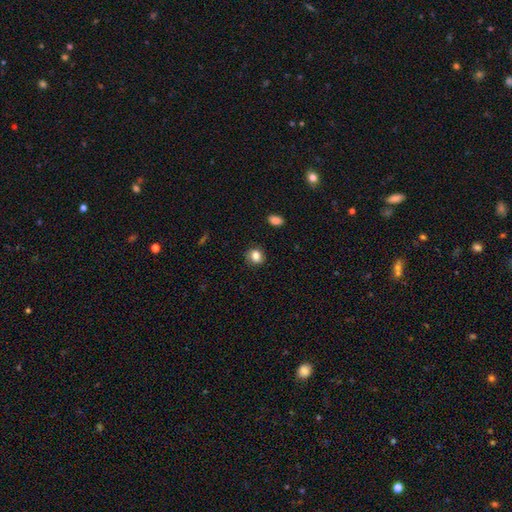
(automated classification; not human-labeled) A smooth galaxy with no disk features (83%) that is round (67%). Merging: none (82%).